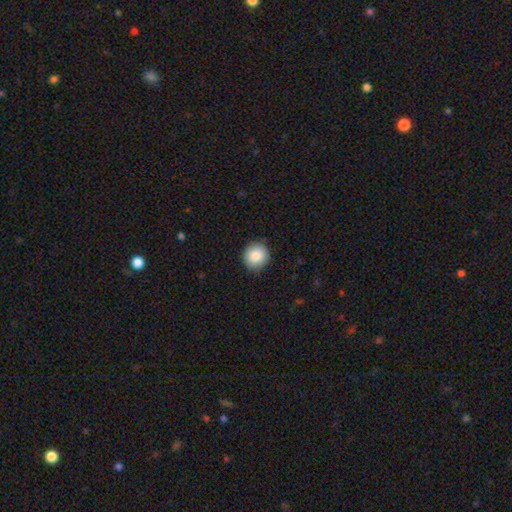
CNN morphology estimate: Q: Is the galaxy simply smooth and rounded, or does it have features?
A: smooth — 87%.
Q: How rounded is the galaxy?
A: round — 91%.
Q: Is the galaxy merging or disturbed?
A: none — 88%.